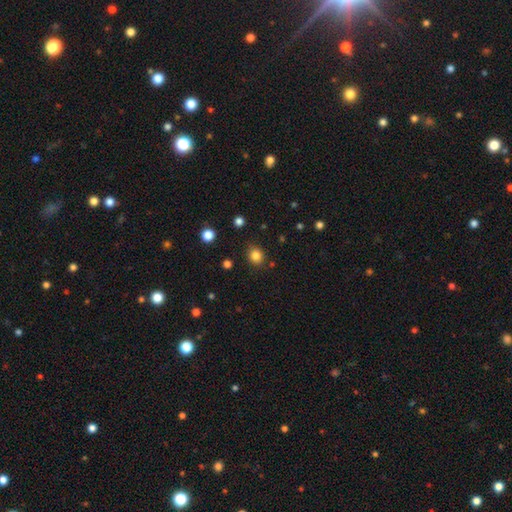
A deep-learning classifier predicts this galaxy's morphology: type=smooth (83%); roundness=round (78%); merging=none (85%).